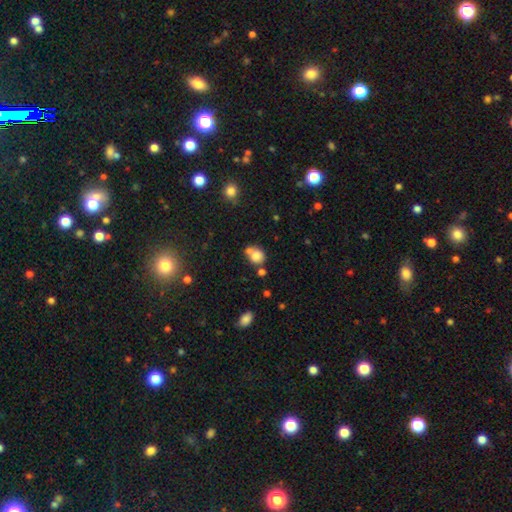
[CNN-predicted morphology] smooth-or-featured: smooth: 77% | star or artifact: 12% | featured or disk: 11%
  how-rounded: round: 70% | in between: 29% | cigar-shaped: 1%
  merging: none: 41% (tied) | merger: 41% (tied) | minor disturbance: 13% | major disturbance: 5%